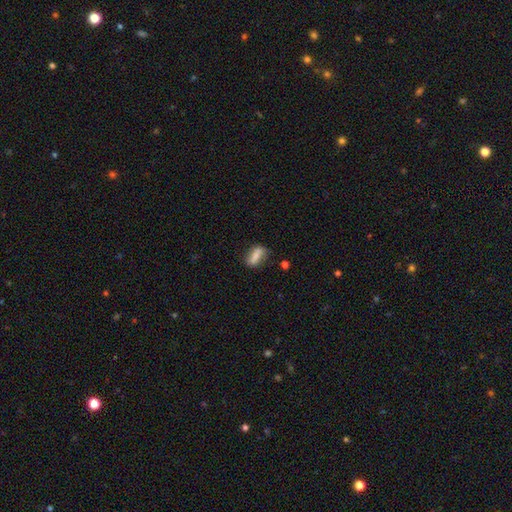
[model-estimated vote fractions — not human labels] A smooth galaxy with no disk features (73%) that is in between round and cigar-shaped (67%). Merging: none (72%).